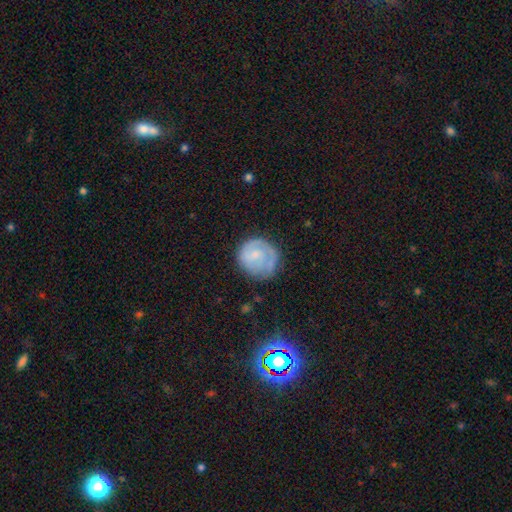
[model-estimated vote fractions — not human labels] Smooth or featured? featured or disk (48%)
Merging? none (64%)